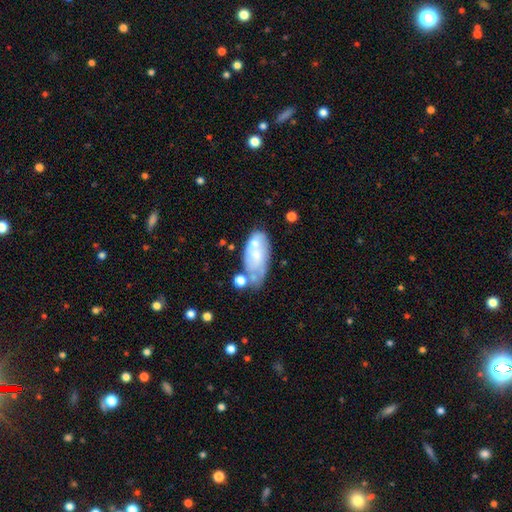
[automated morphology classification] smooth 53%, featured or disk 39%, star or artifact 8%. Down the decision tree: how rounded — in between (90%); merging — none (33%).